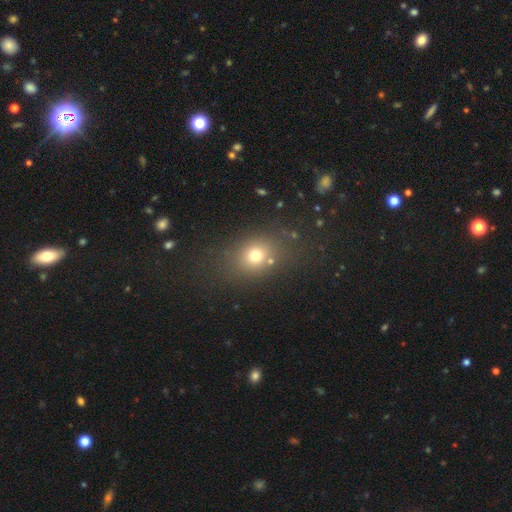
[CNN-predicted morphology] The model was most divided on "how rounded": round: 54%, in between: 45%, cigar-shaped: 1%. More confident: merging — none (74%); smooth or featured — smooth (72%).